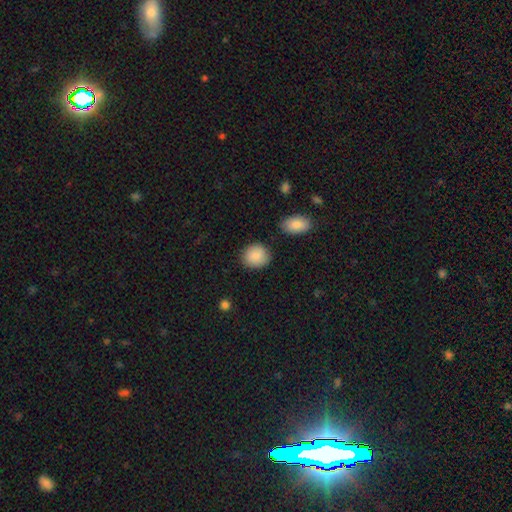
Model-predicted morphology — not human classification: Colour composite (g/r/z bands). It shows a smooth galaxy with no disk features (88%) that is round (73%). Merging: none (83%).